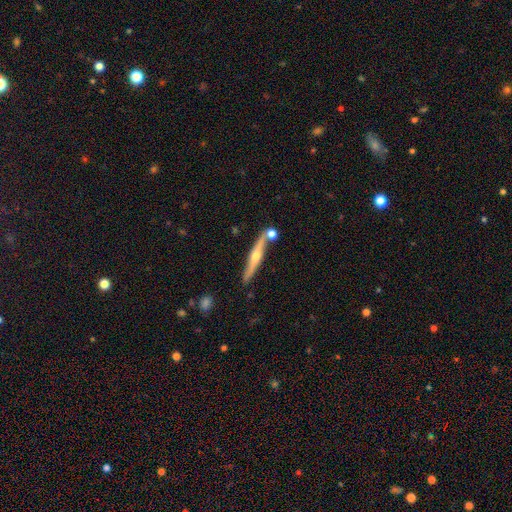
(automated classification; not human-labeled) A featured or disk galaxy (70%) viewed edge-on (95%) with a rounded central bulge (91%). Merging: none (76%).